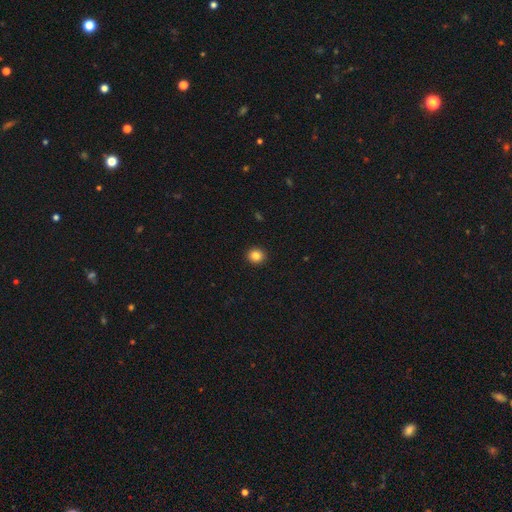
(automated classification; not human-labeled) Smooth or featured: smooth — 85% (star or artifact — 10%)
How rounded: round — 86% (in between — 13%)
Merging: none — 93% (minor disturbance — 5%)